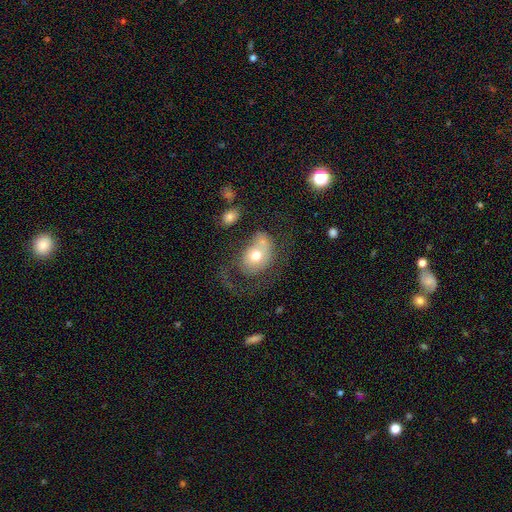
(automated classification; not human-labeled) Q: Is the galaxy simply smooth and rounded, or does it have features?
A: smooth — 57%.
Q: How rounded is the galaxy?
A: in between — 65%.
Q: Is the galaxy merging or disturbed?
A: major disturbance — 36%.